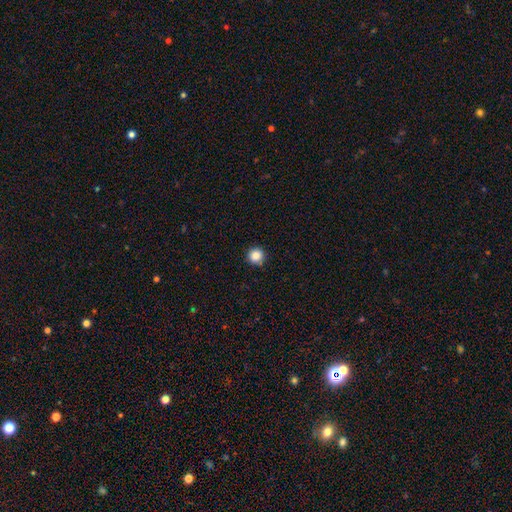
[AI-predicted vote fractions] smooth_or_featured: smooth (p=0.87) [alt: star or artifact p=0.10]
how_rounded: round (p=0.95) [alt: in between p=0.04]
merging: none (p=0.91) [alt: minor disturbance p=0.06]